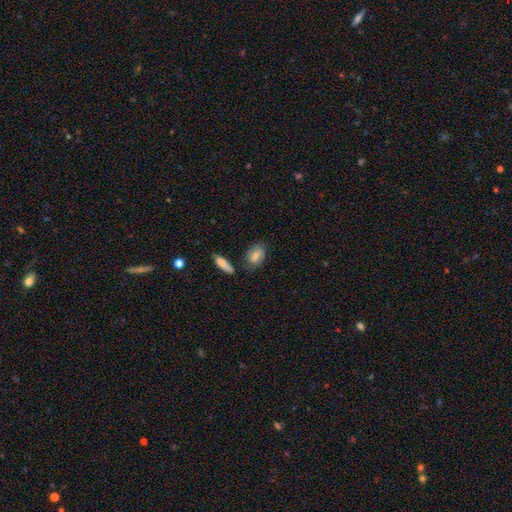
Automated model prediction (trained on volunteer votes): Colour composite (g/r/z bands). It shows a smooth galaxy with no disk features (70%) that is in between round and cigar-shaped (82%). Merging: none (65%).